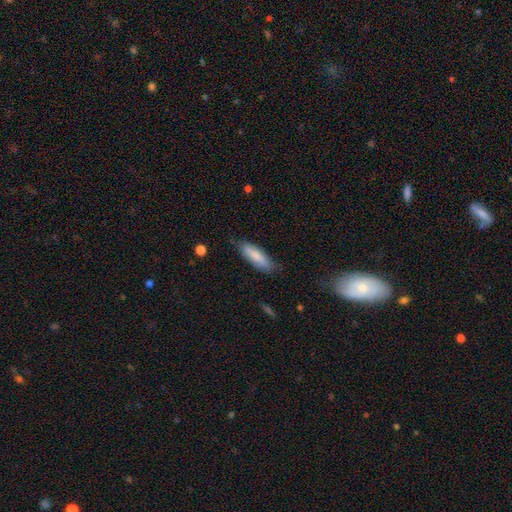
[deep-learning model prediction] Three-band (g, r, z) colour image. It shows a smooth galaxy with no disk features (82%) that is cigar-shaped (56%). Merging: none (80%).